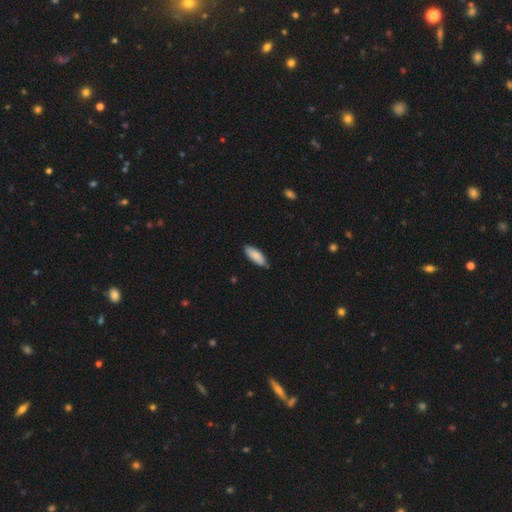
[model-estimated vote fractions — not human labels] smooth-or-featured: smooth: 85% | featured or disk: 9% | star or artifact: 6%
  how-rounded: in between: 72% | cigar-shaped: 27% | round: 2%
  merging: none: 78% | minor disturbance: 18% | major disturbance: 2% | merger: 1%